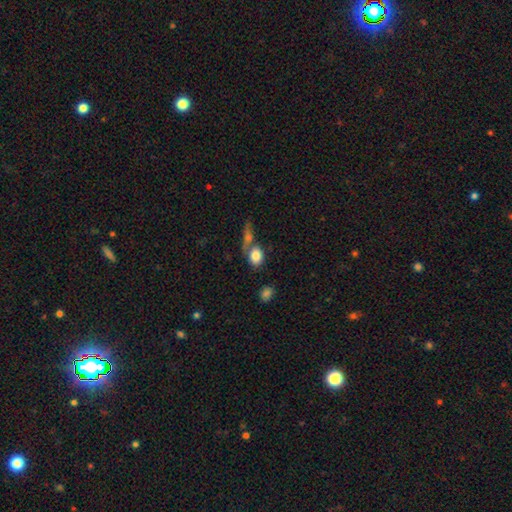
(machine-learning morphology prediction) Smooth or featured: smooth — 82% (featured or disk — 10%)
How rounded: in between — 68% (round — 30%)
Merging: none — 48% (merger — 33%)